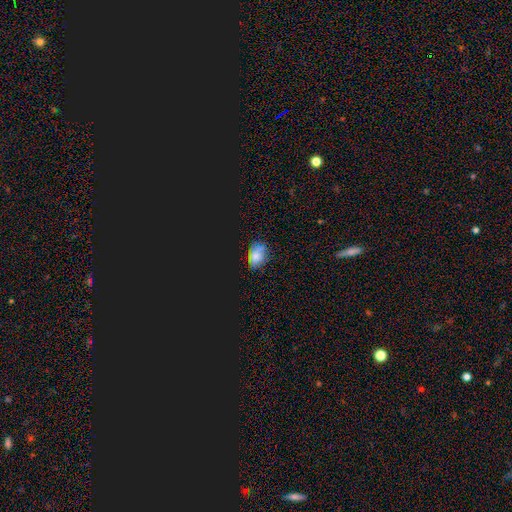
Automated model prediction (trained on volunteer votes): A smooth galaxy with no disk features (53%) that is in between round and cigar-shaped (80%). Merging: none (76%).